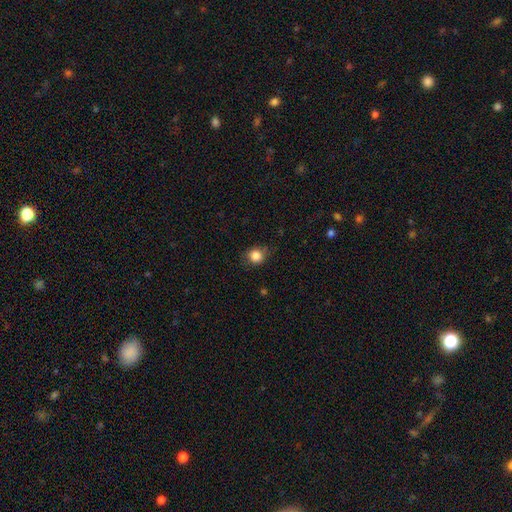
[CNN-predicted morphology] Smooth or featured?
  - smooth: 84% *
  - star or artifact: 10%
  - featured or disk: 5%
How rounded?
  - round: 81% *
  - in between: 18%
  - cigar-shaped: 1%
Merging?
  - none: 78% *
  - minor disturbance: 17%
  - major disturbance: 4%
  - merger: 1%